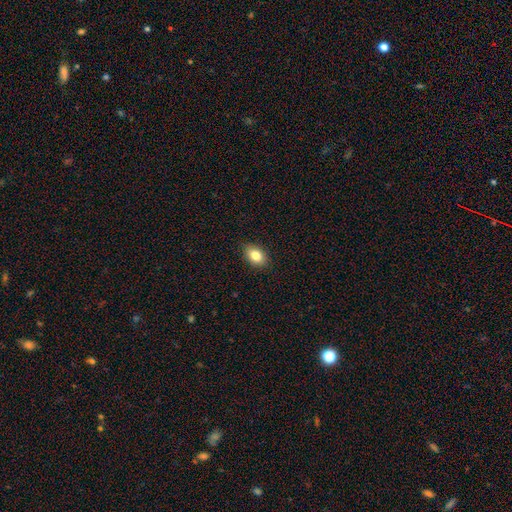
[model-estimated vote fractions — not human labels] Morphology: type=smooth (84%); roundness=in between (84%); merging=none (88%).